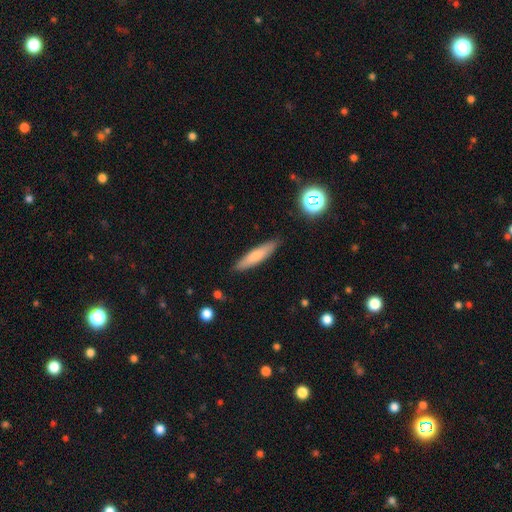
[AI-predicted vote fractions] Smooth or featured: smooth — 71% (featured or disk — 23%)
How rounded: cigar-shaped — 82% (in between — 16%)
Merging: none — 88% (minor disturbance — 9%)